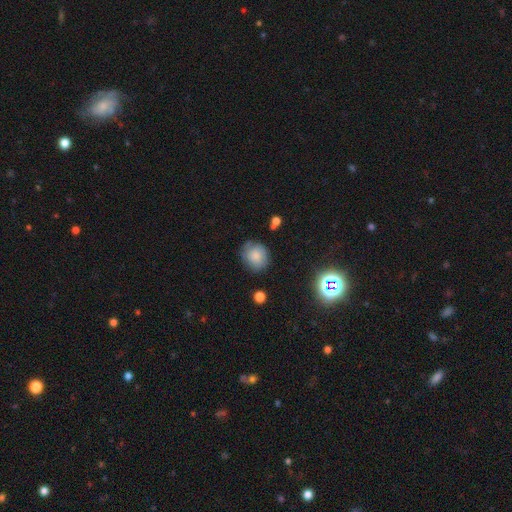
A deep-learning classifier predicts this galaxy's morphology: smooth_or_featured: smooth (p=0.76) [alt: featured or disk p=0.14]
how_rounded: round (p=0.78) [alt: in between p=0.21]
merging: none (p=0.73) [alt: minor disturbance p=0.19]